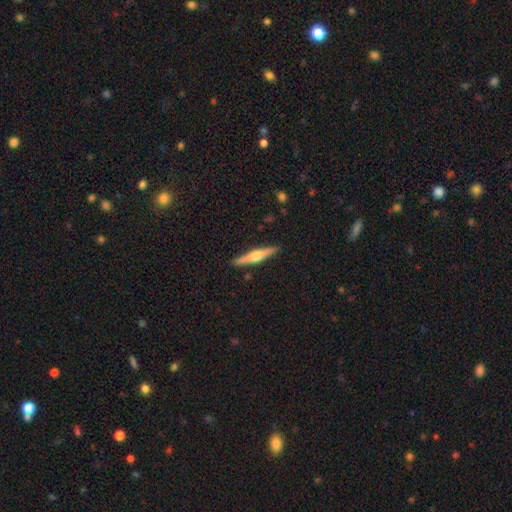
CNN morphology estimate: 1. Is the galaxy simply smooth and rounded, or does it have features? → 64% featured or disk, 30% smooth, 6% star or artifact.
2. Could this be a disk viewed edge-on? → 98% yes, 2% no.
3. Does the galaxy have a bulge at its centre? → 82% rounded, 12% boxy, 5% none.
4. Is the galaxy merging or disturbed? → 90% none, 7% minor disturbance, 2% major disturbance, 1% merger.